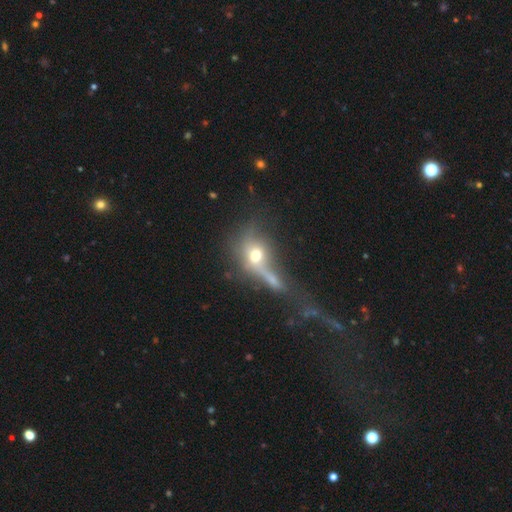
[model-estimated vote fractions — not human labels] smooth-or-featured: smooth: 53% | featured or disk: 31% | star or artifact: 16%
  how-rounded: round: 58% | in between: 35% | cigar-shaped: 7%
  merging: merger: 35% | none: 31% | major disturbance: 21% | minor disturbance: 13%